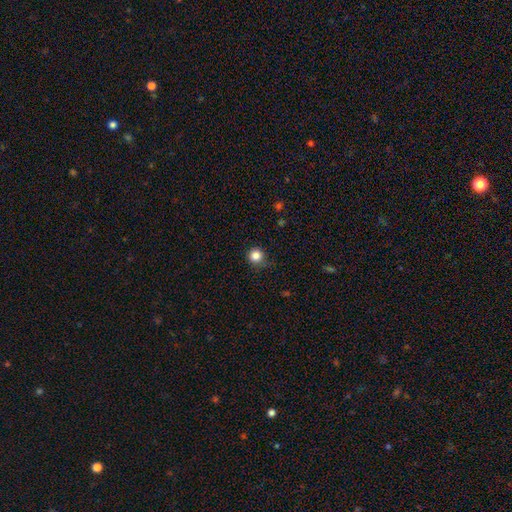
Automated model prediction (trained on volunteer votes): This is clearly a smooth galaxy (84%). How rounded: clearly round (94%). Merging: clearly none (83%).